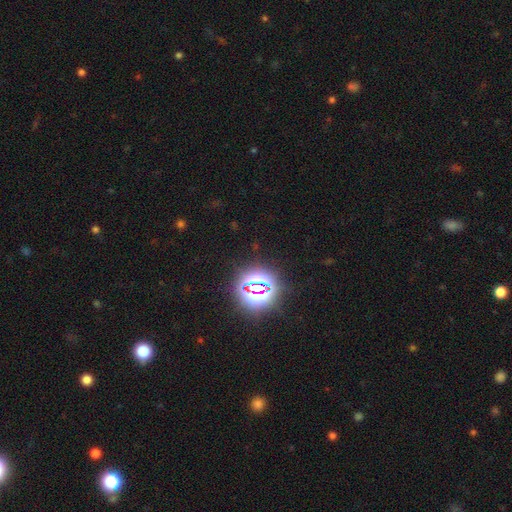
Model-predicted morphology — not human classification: smooth_or_featured: star or artifact (p=0.78) [alt: smooth p=0.15]